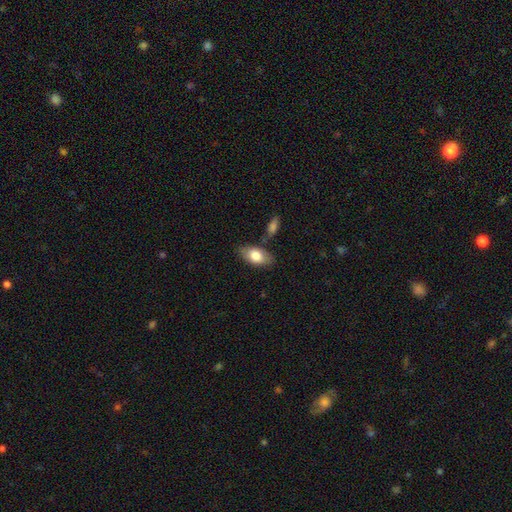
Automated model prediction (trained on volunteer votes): Overall: smooth (77%). How rounded: in between (91%). Merging: none (74%).